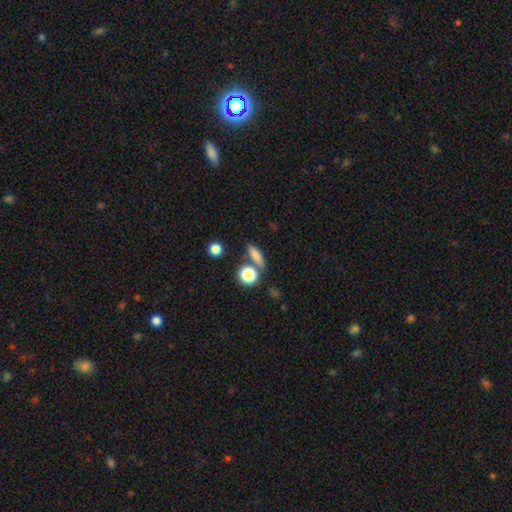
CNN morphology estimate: This appears to be a smooth galaxy with no disk features (77%) that is in between round and cigar-shaped (43%). Merging: none (71%).